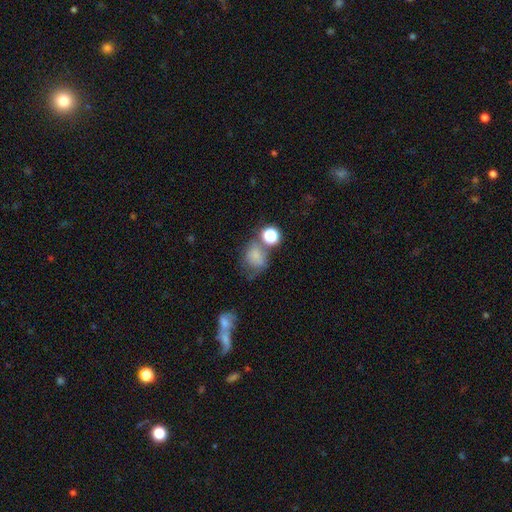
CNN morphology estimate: smooth 67%, star or artifact 17%, featured or disk 16%. Down the decision tree: how rounded — round (57%); merging — none (37%).